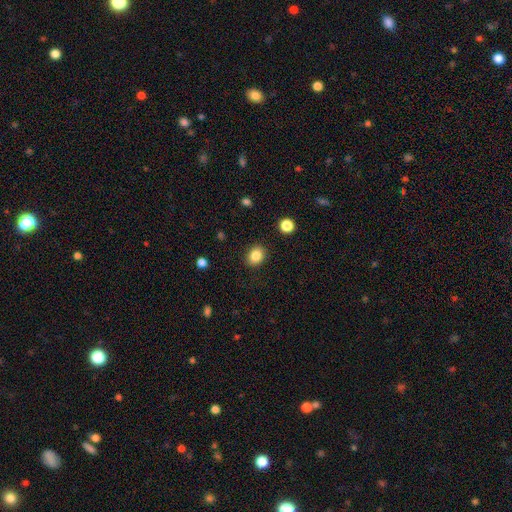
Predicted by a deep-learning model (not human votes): A smooth galaxy with no disk features (85%) that is round (53%). Merging: none (88%).